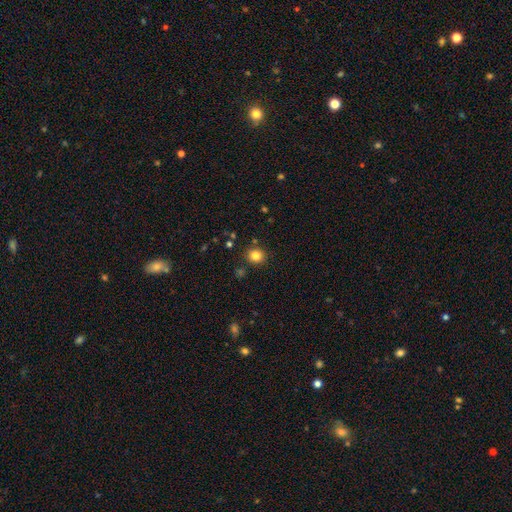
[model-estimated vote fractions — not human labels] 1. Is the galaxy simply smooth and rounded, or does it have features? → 83% smooth, 12% star or artifact, 5% featured or disk.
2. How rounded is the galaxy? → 86% round, 13% in between, 1% cigar-shaped.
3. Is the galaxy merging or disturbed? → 88% none, 7% minor disturbance, 3% merger, 2% major disturbance.